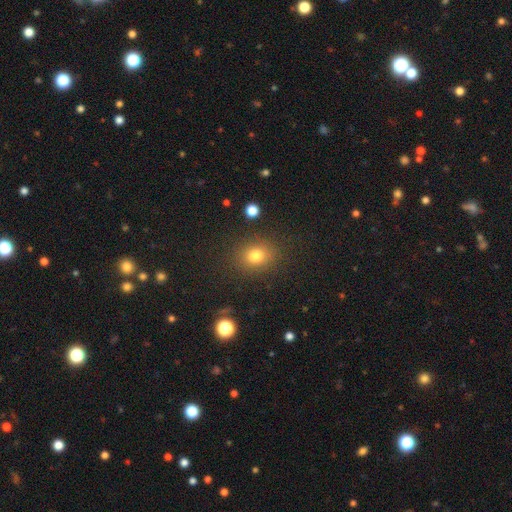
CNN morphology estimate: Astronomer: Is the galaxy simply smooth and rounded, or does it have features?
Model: smooth — 78%.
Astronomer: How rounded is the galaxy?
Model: round — 57% (runner-up: in between, 41%).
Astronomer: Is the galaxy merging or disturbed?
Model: none — 86%.